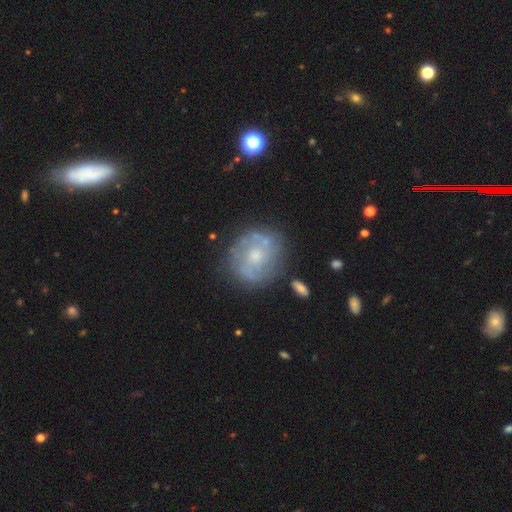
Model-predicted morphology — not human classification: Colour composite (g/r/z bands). It shows a featured or disk galaxy (70%) with no bar (66%), 2 (50%) tight (46%) spiral arms (75%) and a moderate central bulge (45%, tied with small). Merging: none (73%).